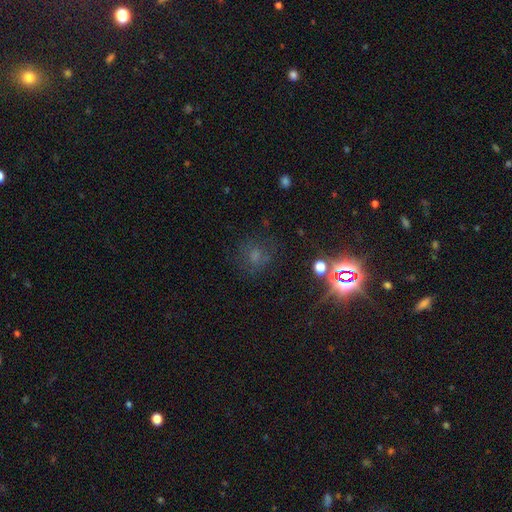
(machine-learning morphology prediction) A smooth galaxy with no disk features (46%). Merging: none (68%).